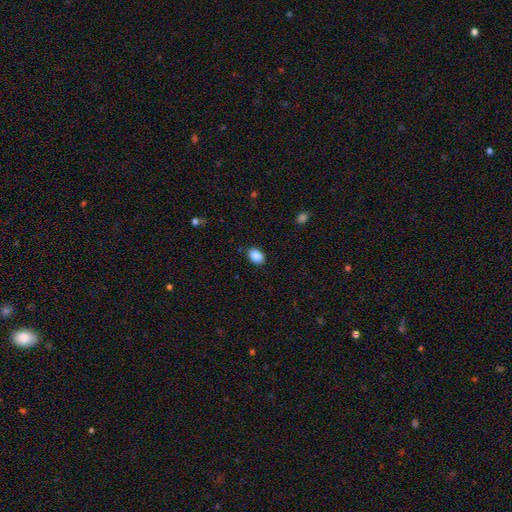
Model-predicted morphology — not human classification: This is clearly a smooth galaxy (88%). How rounded: likely in between (78%). Merging: clearly none (88%).